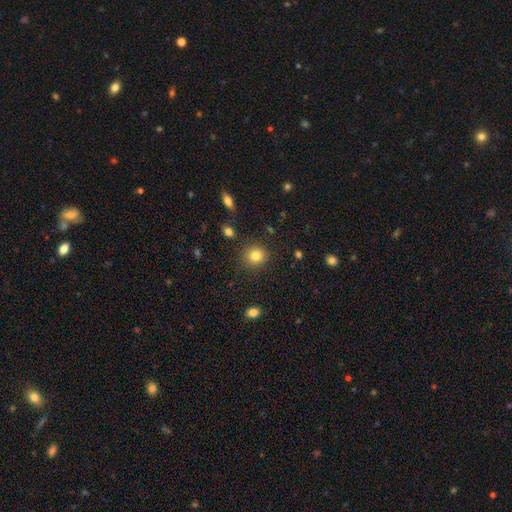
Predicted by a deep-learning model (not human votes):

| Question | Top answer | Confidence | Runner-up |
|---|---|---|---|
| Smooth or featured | smooth | 82% | star or artifact (11%) |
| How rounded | round | 83% | in between (16%) |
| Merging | none | 87% | minor disturbance (8%) |